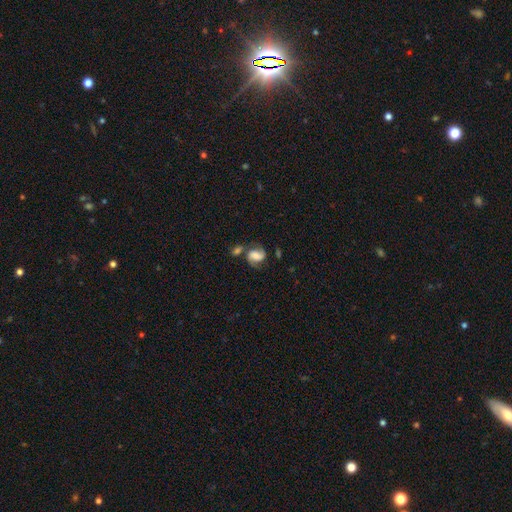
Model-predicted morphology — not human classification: Smooth or featured? featured or disk (60%)
Edge-on disk? no (97%)
Bar? weak (41%)
Spiral arms? yes (91%)
Spiral winding? medium (49%)
Spiral arm count? 2 (88%)
Bulge size? moderate (33%)
Merging? none (48%)